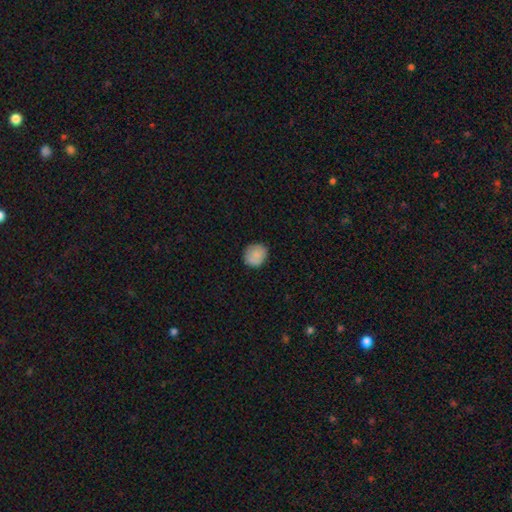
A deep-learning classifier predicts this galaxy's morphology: This is clearly a smooth galaxy (85%). How rounded: likely round (77%). Merging: clearly none (83%).